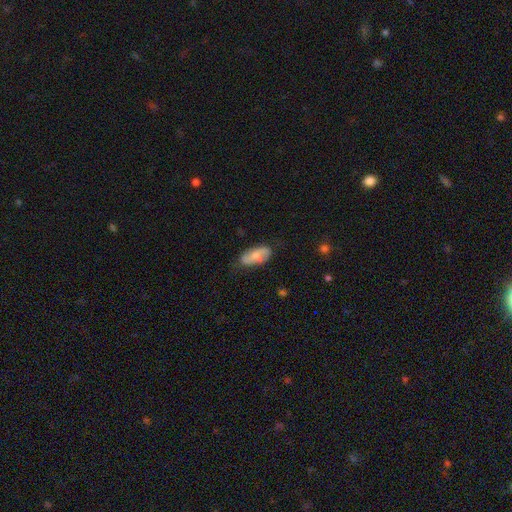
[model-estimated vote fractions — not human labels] Morphology: type=smooth (59%); roundness=in between (86%); merging=none (70%).